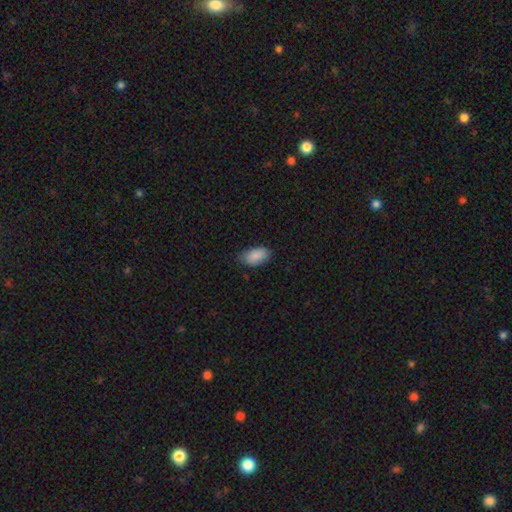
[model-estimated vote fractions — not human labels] A smooth galaxy with no disk features (88%) that is in between round and cigar-shaped (94%). Merging: none (77%).